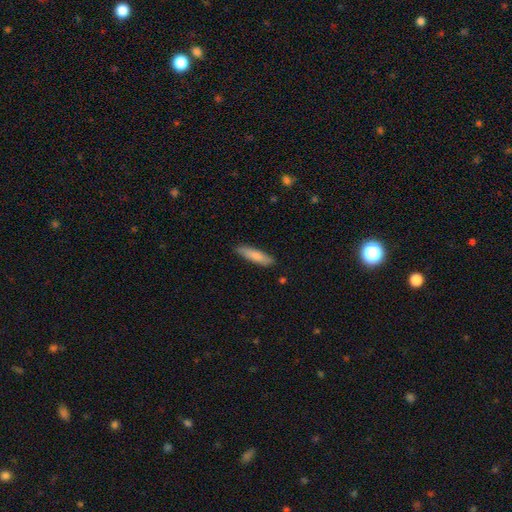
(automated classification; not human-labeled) This is likely a smooth galaxy (78%). How rounded: likely cigar-shaped (72%). Merging: clearly none (85%).